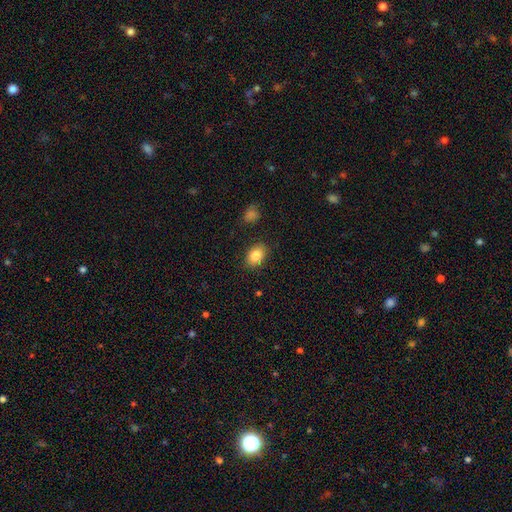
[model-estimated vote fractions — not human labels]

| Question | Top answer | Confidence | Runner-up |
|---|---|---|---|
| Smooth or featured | smooth | 85% | star or artifact (8%) |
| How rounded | in between | 79% | round (19%) |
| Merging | none | 85% | minor disturbance (11%) |